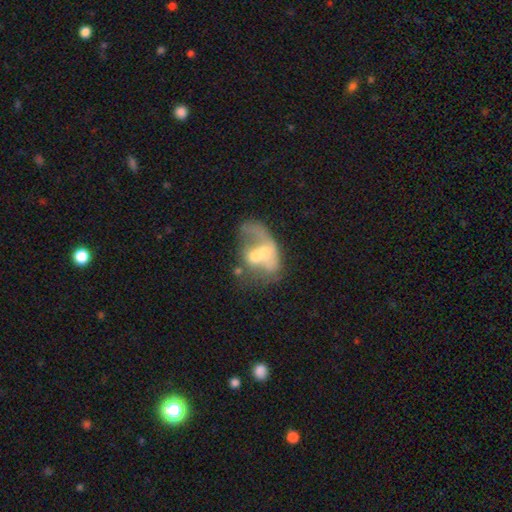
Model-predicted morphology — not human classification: Smooth or featured? featured or disk (57%)
Edge-on disk? no (96%)
Bar? no (79%)
Spiral arms? no (60%)
Bulge size? moderate (58%)
Merging? merger (58%)